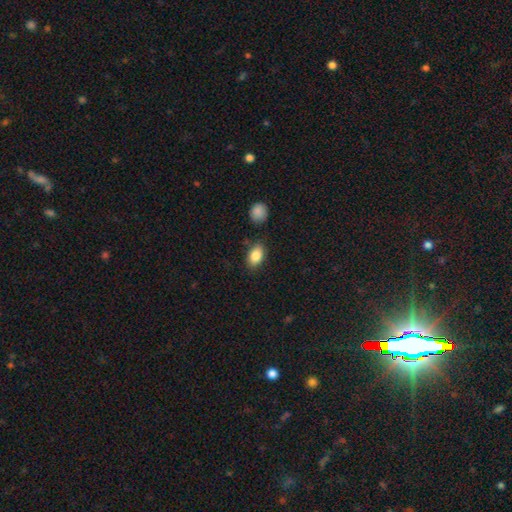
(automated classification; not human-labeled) smooth 86%, star or artifact 7%, featured or disk 7%. Down the decision tree: how rounded — in between (88%); merging — none (80%).